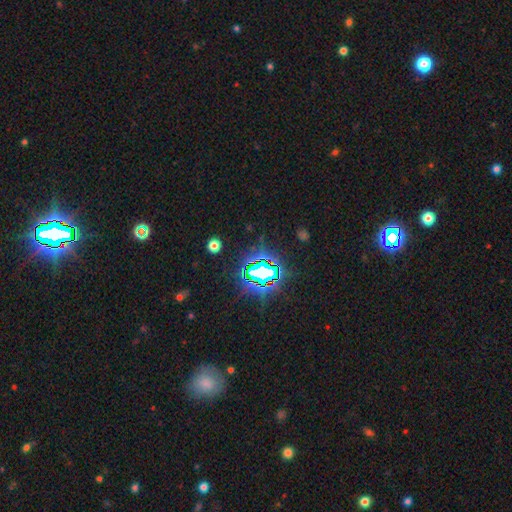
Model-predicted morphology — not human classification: This appears to be a star or artifact, not a galaxy (82%).